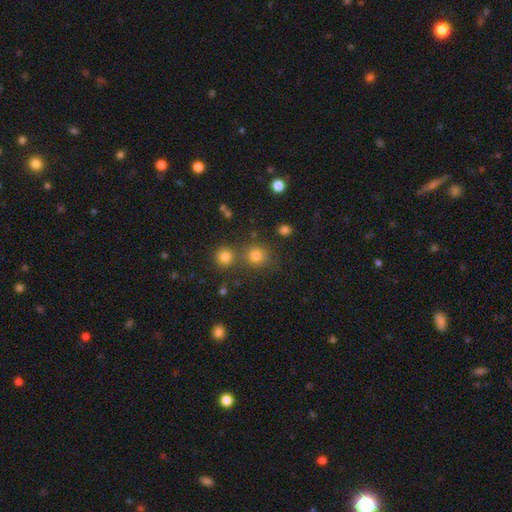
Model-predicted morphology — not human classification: Smooth or featured? Predicted: smooth (p=0.77). How rounded? Predicted: round (p=0.88). Merging? Predicted: none (p=0.69).